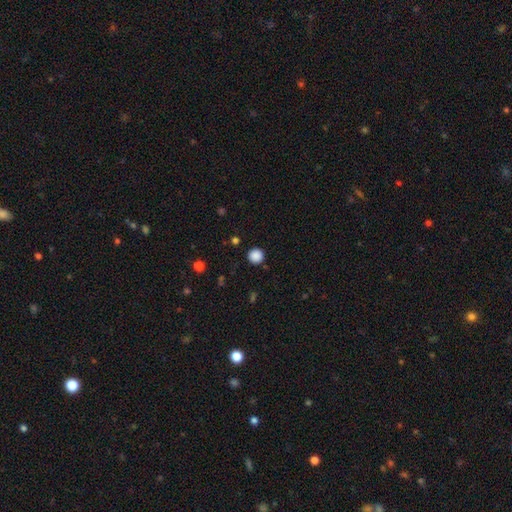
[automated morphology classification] Smooth or featured? smooth (87%)
How rounded? round (95%)
Merging? none (91%)